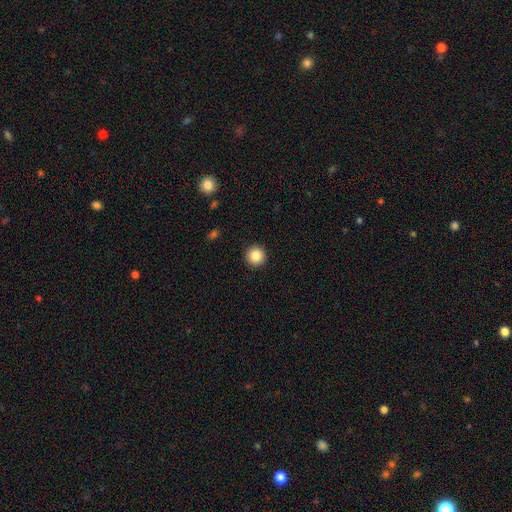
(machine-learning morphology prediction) Smooth or featured? smooth (85%)
How rounded? round (96%)
Merging? none (93%)